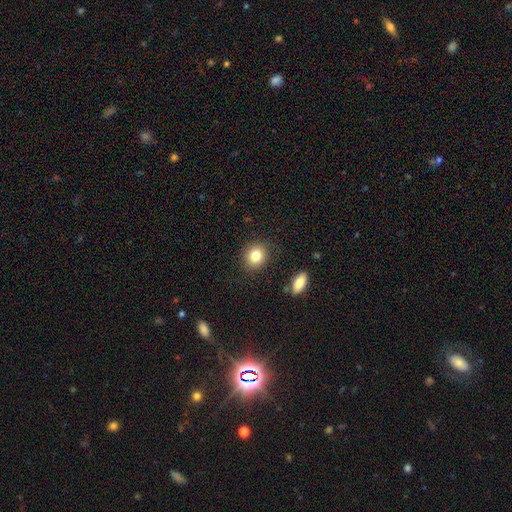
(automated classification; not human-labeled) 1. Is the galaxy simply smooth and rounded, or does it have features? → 81% smooth, 10% star or artifact, 9% featured or disk.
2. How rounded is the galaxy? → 72% round, 27% in between, 1% cigar-shaped.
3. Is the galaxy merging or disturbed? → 85% none, 10% minor disturbance, 3% major disturbance, 2% merger.